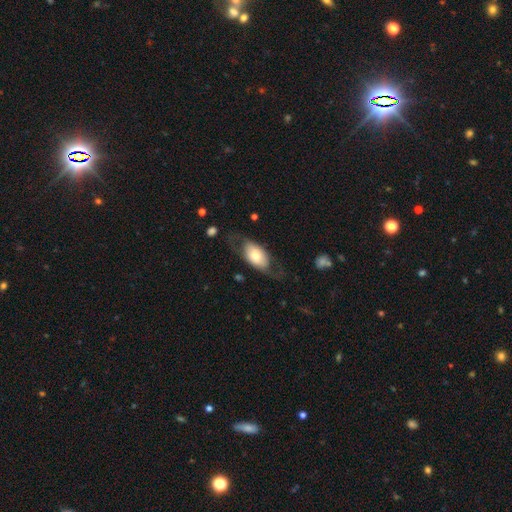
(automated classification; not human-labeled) Morphology: type=smooth (54%); roundness=in between (89%); merging=none (58%).